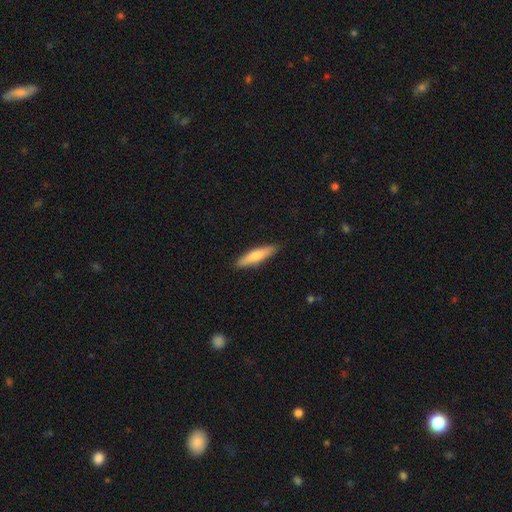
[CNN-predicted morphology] Smooth or featured? smooth (71%)
How rounded? cigar-shaped (82%)
Merging? none (89%)